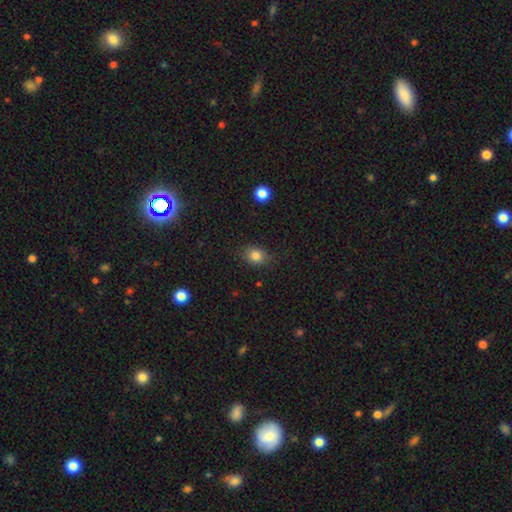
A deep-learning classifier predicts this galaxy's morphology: smooth-or-featured: smooth: 83% | star or artifact: 11% | featured or disk: 6%
  how-rounded: round: 55% | in between: 44% | cigar-shaped: 1%
  merging: none: 83% | minor disturbance: 13% | major disturbance: 3% | merger: 1%